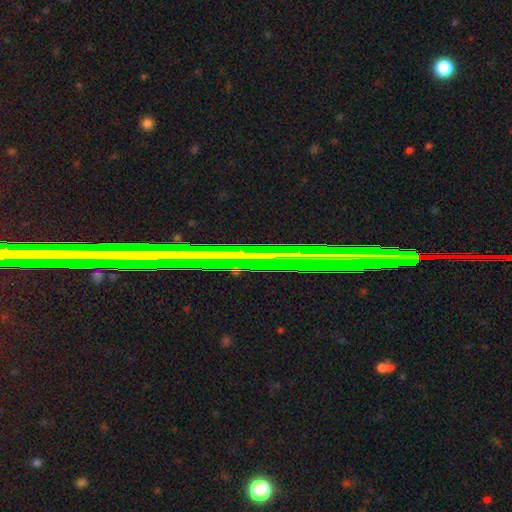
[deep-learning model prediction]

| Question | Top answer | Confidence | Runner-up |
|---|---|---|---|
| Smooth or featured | star or artifact | 66% | featured or disk (23%) |